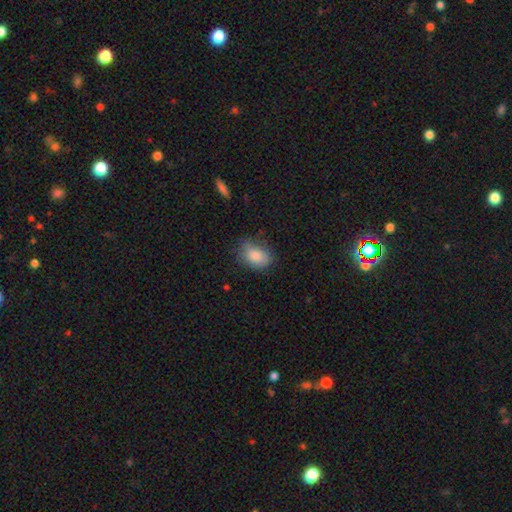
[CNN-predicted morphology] A smooth galaxy with no disk features (84%) that is in between round and cigar-shaped (78%). Merging: none (63%).